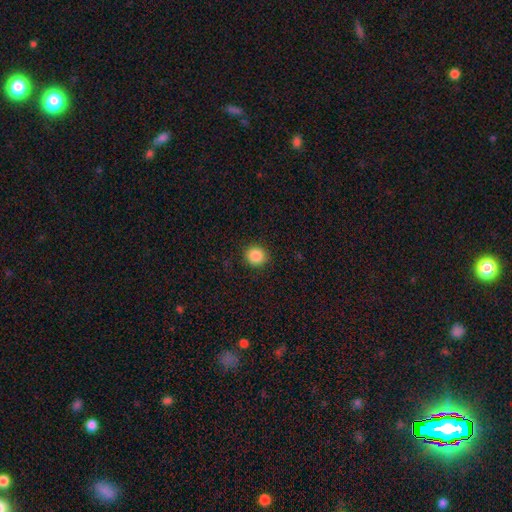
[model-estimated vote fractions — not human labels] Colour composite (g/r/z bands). It shows a smooth galaxy with no disk features (87%) that is round (91%). Merging: none (90%).